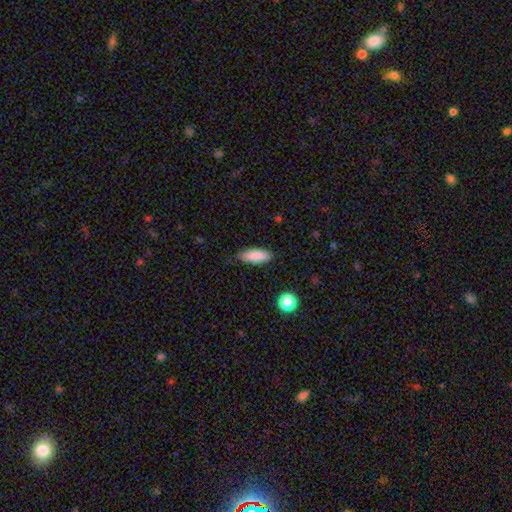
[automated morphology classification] Smooth or featured?
  - smooth: 86% *
  - star or artifact: 7%
  - featured or disk: 6%
How rounded?
  - in between: 70% *
  - cigar-shaped: 28%
  - round: 2%
Merging?
  - none: 77% *
  - minor disturbance: 18%
  - major disturbance: 3%
  - merger: 1%